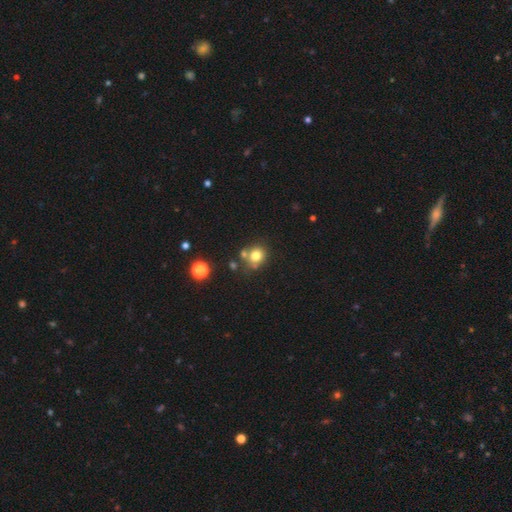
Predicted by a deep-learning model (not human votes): Smooth or featured?
  - smooth: 77% *
  - star or artifact: 14%
  - featured or disk: 10%
How rounded?
  - round: 80% *
  - in between: 19%
  - cigar-shaped: 1%
Merging?
  - none: 62% *
  - merger: 21%
  - minor disturbance: 13%
  - major disturbance: 4%